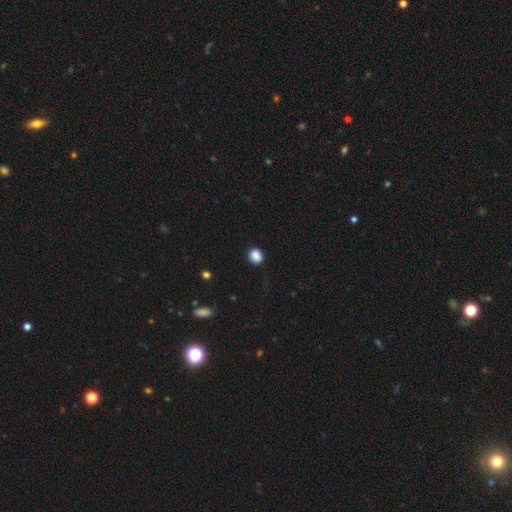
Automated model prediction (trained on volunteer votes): smooth_or_featured: smooth (p=0.87) [alt: star or artifact p=0.10]
how_rounded: round (p=0.78) [alt: in between p=0.21]
merging: none (p=0.87) [alt: minor disturbance p=0.09]